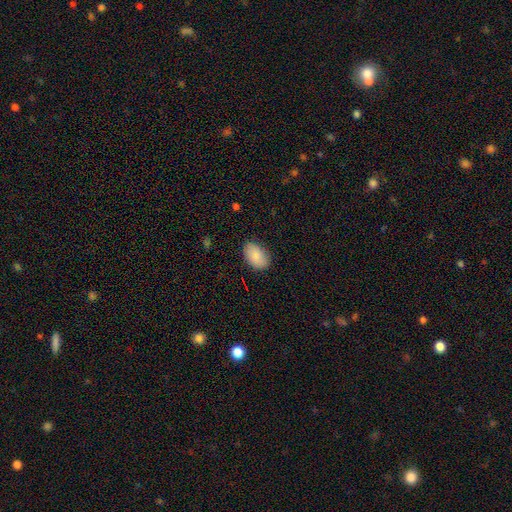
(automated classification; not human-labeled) This is clearly a smooth galaxy (86%). How rounded: clearly in between (90%). Merging: clearly none (83%).